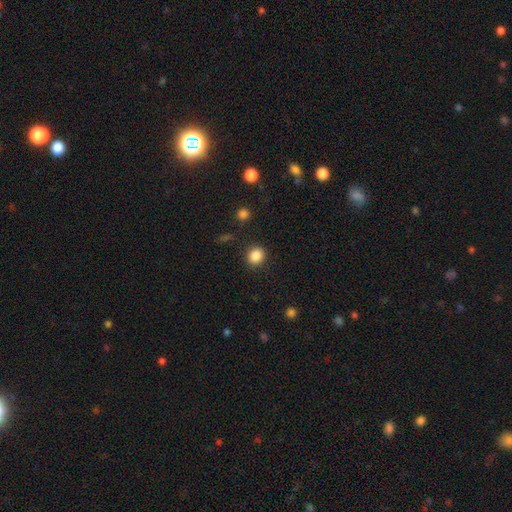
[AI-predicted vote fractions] The model was most divided on "how rounded": round: 73%, in between: 26%, cigar-shaped: 1%. More confident: merging — none (88%); smooth or featured — smooth (86%).